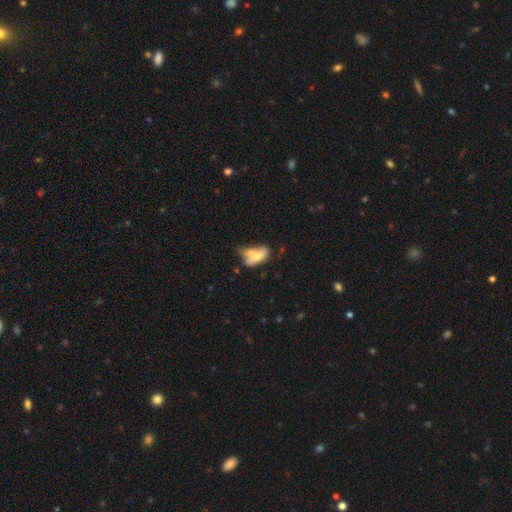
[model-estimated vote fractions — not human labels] This appears to be a smooth galaxy with no disk features (55%) that is in between round and cigar-shaped (85%). Merging: merger (27%).